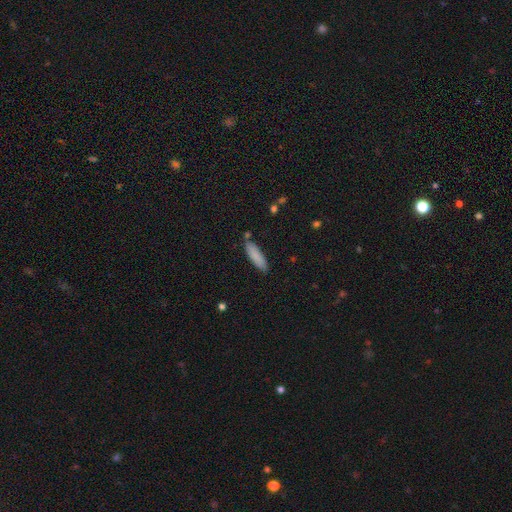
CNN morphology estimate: Q: Smooth or featured?
A: smooth (85%); runner-up: featured or disk (8%)
Q: How rounded?
A: cigar-shaped (58%); runner-up: in between (40%)
Q: Merging?
A: none (83%); runner-up: minor disturbance (12%)